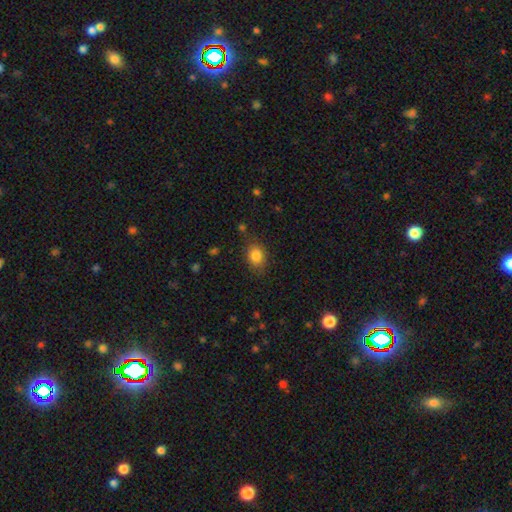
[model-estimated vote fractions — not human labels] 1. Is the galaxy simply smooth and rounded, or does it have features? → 84% smooth, 10% star or artifact, 6% featured or disk.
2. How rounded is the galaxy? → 61% in between, 38% round, 1% cigar-shaped.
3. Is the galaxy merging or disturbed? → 78% none, 15% minor disturbance, 4% major disturbance, 2% merger.